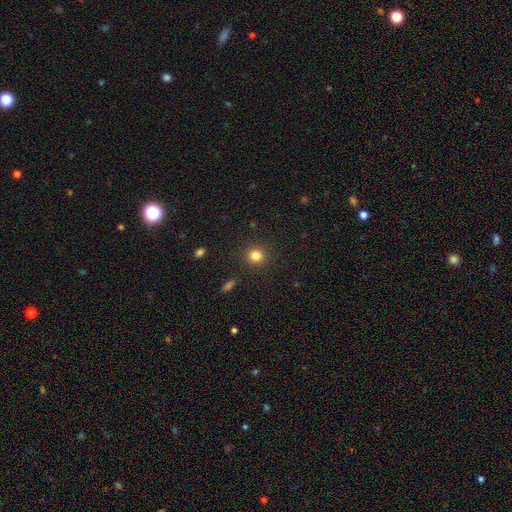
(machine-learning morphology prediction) smooth_or_featured: smooth (p=0.83) [alt: star or artifact p=0.12]
how_rounded: round (p=0.89) [alt: in between p=0.10]
merging: none (p=0.90) [alt: minor disturbance p=0.06]